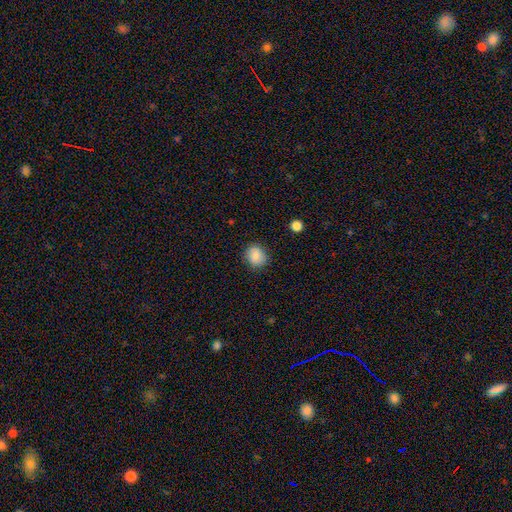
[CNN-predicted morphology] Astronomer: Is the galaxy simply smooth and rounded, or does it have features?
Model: smooth — 85%.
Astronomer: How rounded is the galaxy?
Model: round — 76%.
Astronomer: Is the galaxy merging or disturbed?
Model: none — 84%.